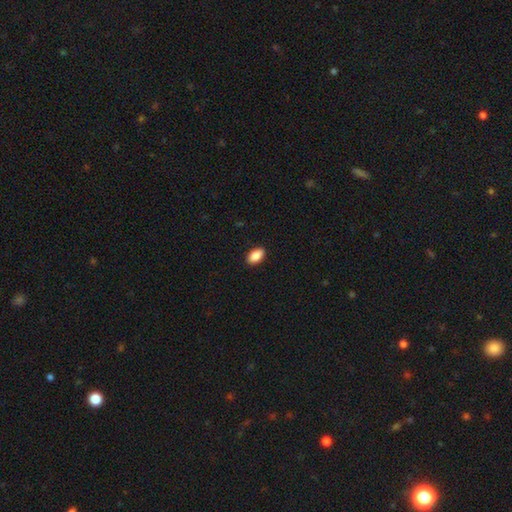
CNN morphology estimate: This appears to be a smooth galaxy with no disk features (89%) that is in between round and cigar-shaped (93%). Merging: none (90%).